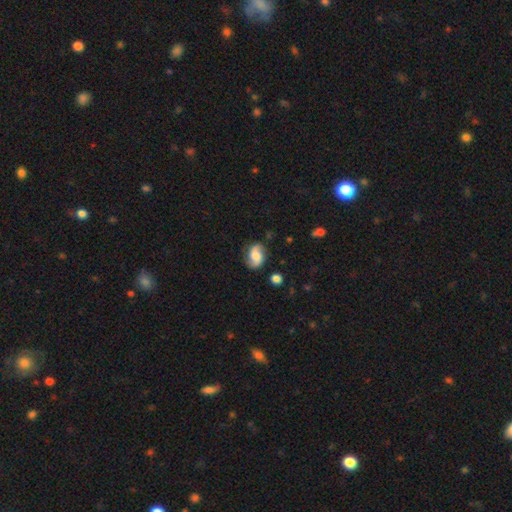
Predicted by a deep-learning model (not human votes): A featured or disk galaxy (53%) with no bar (56%), spiral arms (91%) and a moderate central bulge (41%).

Vote fractions:
- Smooth or featured? featured or disk: 53% / smooth: 38% / star or artifact: 8%
- Edge-on disk? no: 97% / yes: 3%
- Bar? no: 56% / weak: 35% / strong: 9%
- Spiral arms? yes: 91% / no: 9%
- Bulge size? moderate: 41% / small: 21% / large: 21% / none: 13% / dominant: 4%
- Merging? none: 75% / minor disturbance: 18% / major disturbance: 5% / merger: 3%